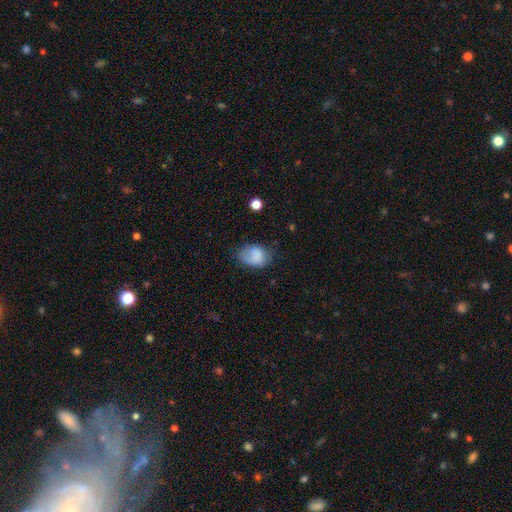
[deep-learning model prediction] A smooth galaxy with no disk features (79%) that is in between round and cigar-shaped (66%). Merging: none (50%).